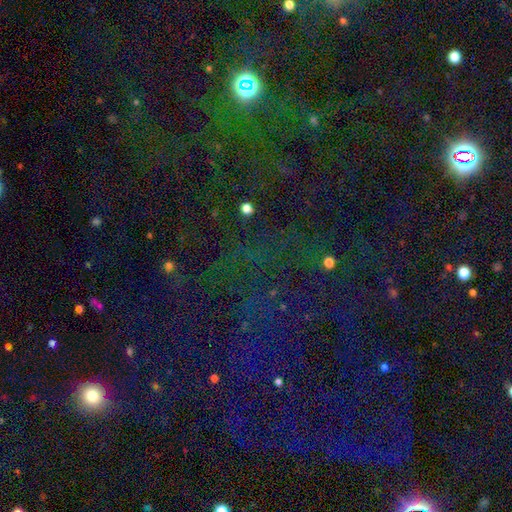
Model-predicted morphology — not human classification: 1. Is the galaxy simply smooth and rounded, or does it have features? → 77% star or artifact, 15% smooth, 8% featured or disk.